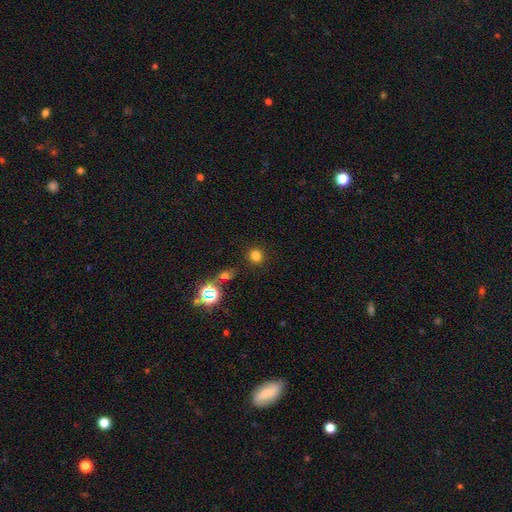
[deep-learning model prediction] Smooth or featured?
  - smooth: 76% *
  - star or artifact: 19%
  - featured or disk: 6%
How rounded?
  - round: 88% *
  - in between: 11%
  - cigar-shaped: 1%
Merging?
  - none: 86% *
  - minor disturbance: 7%
  - merger: 4%
  - major disturbance: 3%